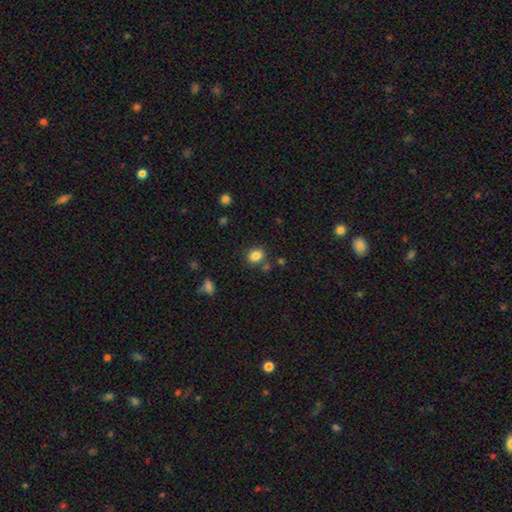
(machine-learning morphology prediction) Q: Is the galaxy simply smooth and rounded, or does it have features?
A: smooth — 84%.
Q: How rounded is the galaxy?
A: round — 56%.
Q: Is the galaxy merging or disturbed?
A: none — 79%.